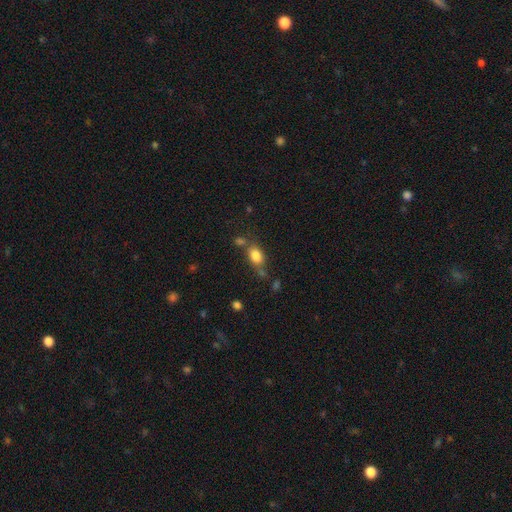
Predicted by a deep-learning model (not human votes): A smooth galaxy with no disk features (82%) that is in between round and cigar-shaped (78%). Merging: none (58%).